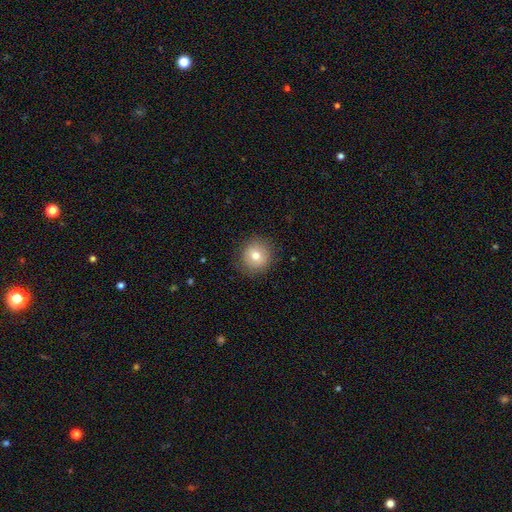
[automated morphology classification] Smooth or featured: smooth — 75% (featured or disk — 15%)
How rounded: round — 91% (in between — 8%)
Merging: none — 87% (minor disturbance — 9%)